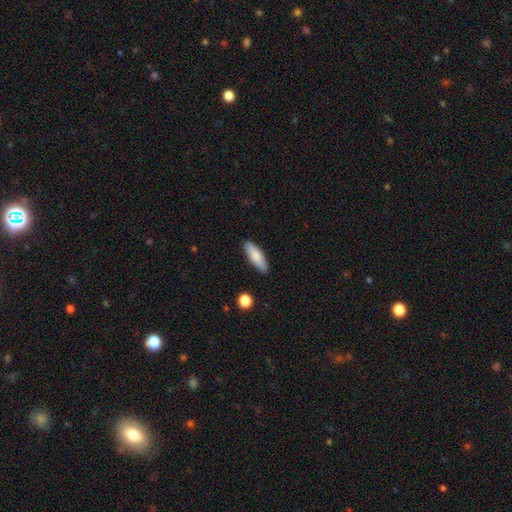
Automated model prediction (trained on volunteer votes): Smooth or featured: smooth — 83% (featured or disk — 11%)
How rounded: cigar-shaped — 51% (in between — 47%)
Merging: none — 88% (minor disturbance — 9%)